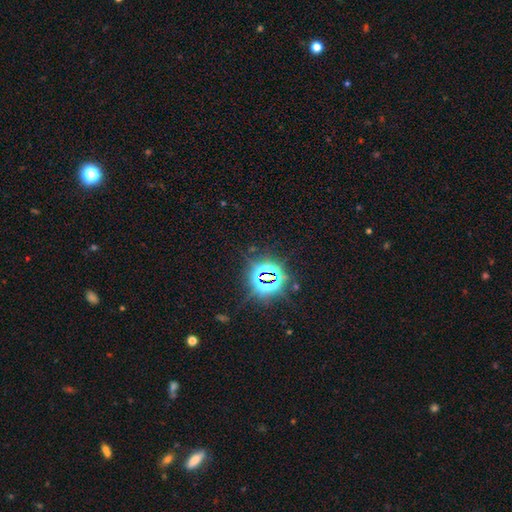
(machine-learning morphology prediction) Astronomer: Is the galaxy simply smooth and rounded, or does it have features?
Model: star or artifact — 83%.